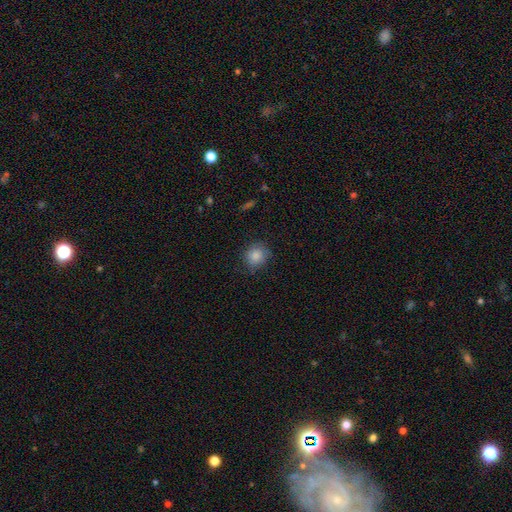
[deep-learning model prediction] Smooth or featured? Predicted: smooth (p=0.86). How rounded? Predicted: round (p=0.84). Merging? Predicted: none (p=0.78).